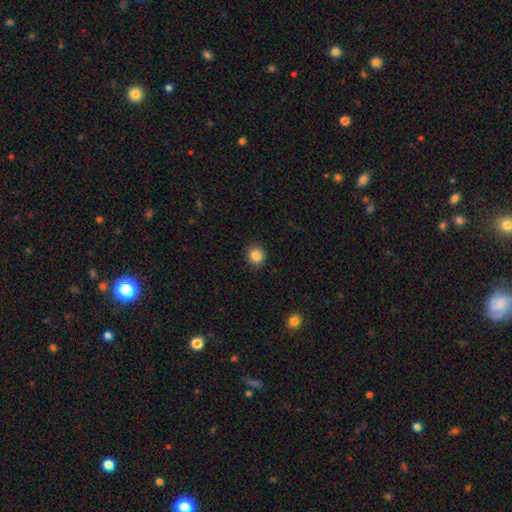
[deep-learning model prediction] Smooth or featured: smooth — 85% (star or artifact — 10%)
How rounded: round — 85% (in between — 14%)
Merging: none — 90% (minor disturbance — 7%)